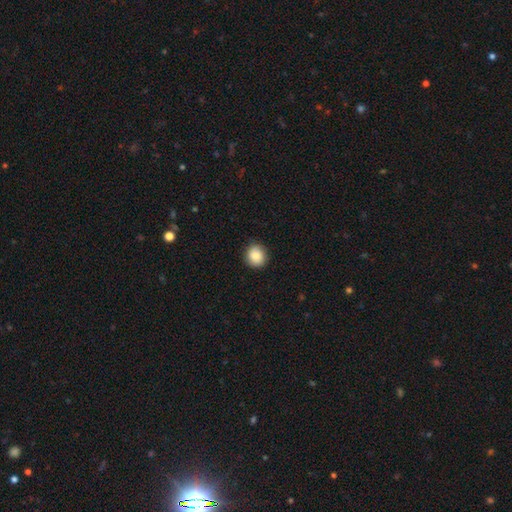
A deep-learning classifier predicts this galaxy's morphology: smooth_or_featured: smooth (p=0.88) [alt: star or artifact p=0.08]
how_rounded: round (p=0.82) [alt: in between p=0.17]
merging: none (p=0.88) [alt: minor disturbance p=0.09]